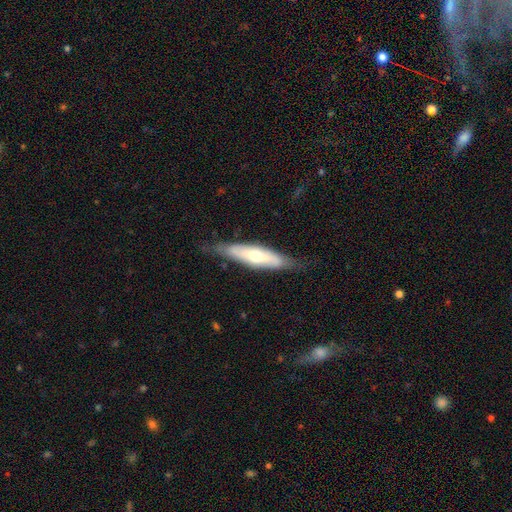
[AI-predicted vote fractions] A featured or disk galaxy (48%).

Vote fractions:
- Smooth or featured? featured or disk: 48% / smooth: 46% / star or artifact: 6%
- Merging? none: 72% / minor disturbance: 21% / major disturbance: 6% / merger: 1%